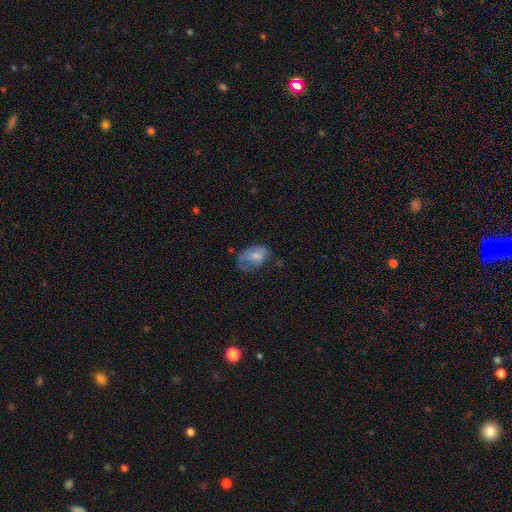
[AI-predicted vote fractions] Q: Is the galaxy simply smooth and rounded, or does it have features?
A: smooth — 68%.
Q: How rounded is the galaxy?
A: in between — 86%.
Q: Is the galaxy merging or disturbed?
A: minor disturbance — 33%, tied with none.